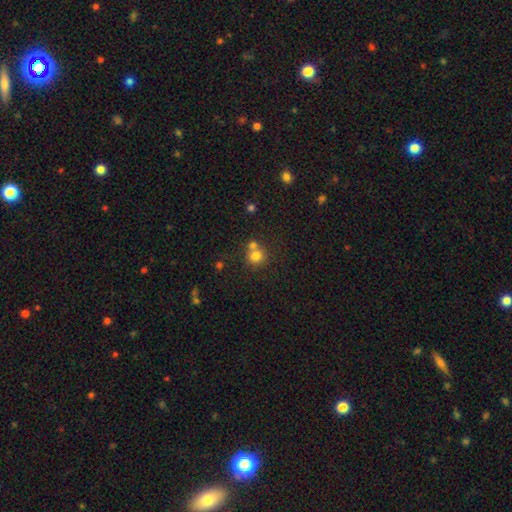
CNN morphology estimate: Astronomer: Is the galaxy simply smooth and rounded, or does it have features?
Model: smooth — 76%.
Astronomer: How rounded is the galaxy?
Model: round — 87%.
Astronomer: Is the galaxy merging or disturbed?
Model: none — 49% (runner-up: merger, 40%).